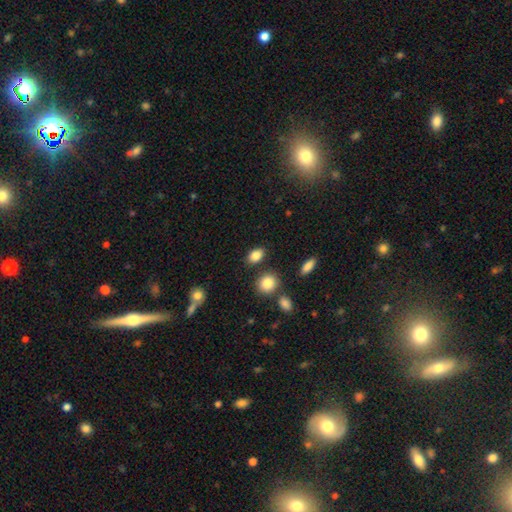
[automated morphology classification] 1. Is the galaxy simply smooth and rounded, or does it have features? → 85% smooth, 9% star or artifact, 6% featured or disk.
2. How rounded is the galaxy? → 79% in between, 19% round, 2% cigar-shaped.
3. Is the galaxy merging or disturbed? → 81% none, 10% minor disturbance, 6% merger, 3% major disturbance.